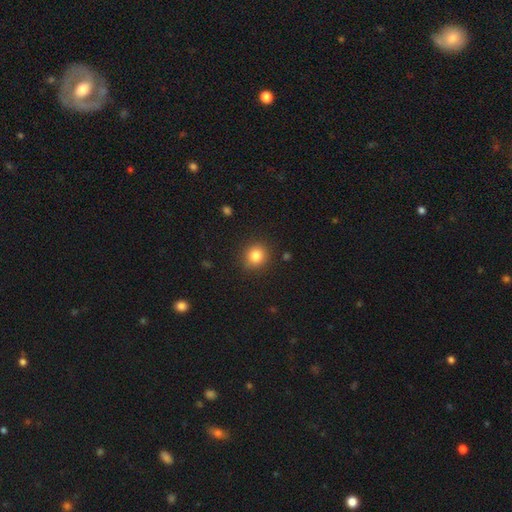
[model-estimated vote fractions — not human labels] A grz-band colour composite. It shows a smooth galaxy with no disk features (83%) that is round (85%). Merging: none (89%).